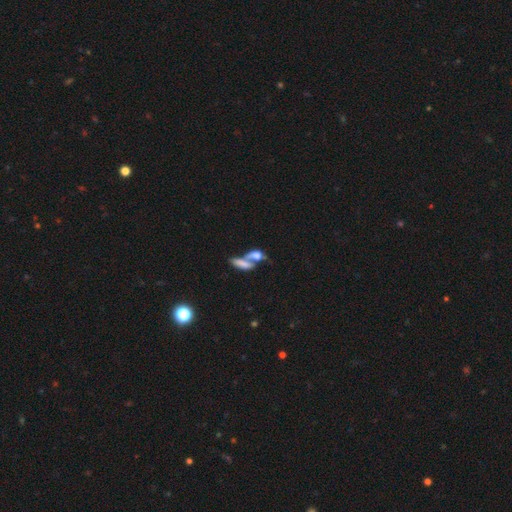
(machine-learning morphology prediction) Smooth or featured? smooth (63%)
How rounded? in between (67%)
Merging? merger (66%)